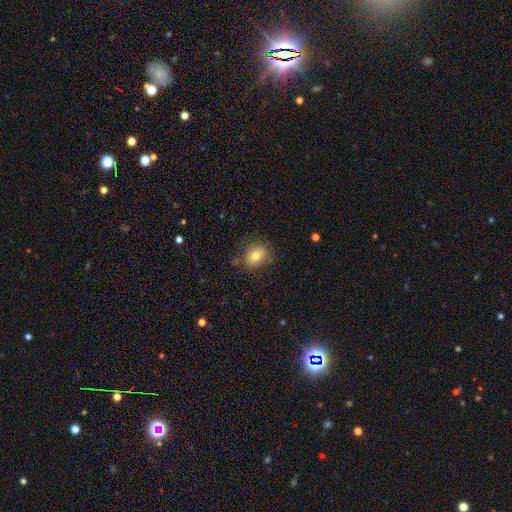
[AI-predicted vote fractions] smooth 77%, featured or disk 13%, star or artifact 10%. Down the decision tree: how rounded — round (60%); merging — none (78%).